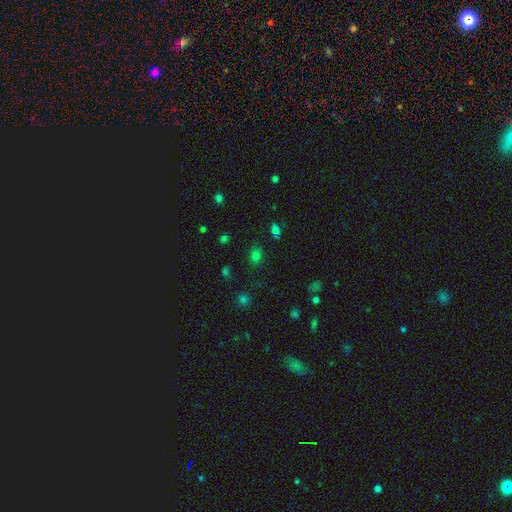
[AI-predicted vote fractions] Smooth or featured? Predicted: smooth (p=0.72). How rounded? Predicted: round (p=0.52). Merging? Predicted: none (p=0.81).